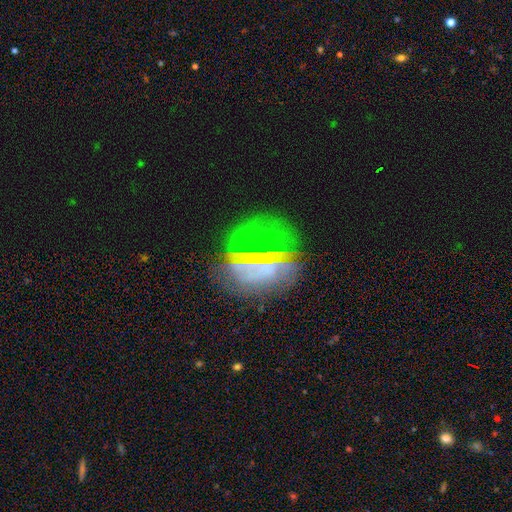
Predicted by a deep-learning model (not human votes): smooth-or-featured: featured or disk: 52% | star or artifact: 26% | smooth: 22%
  disk-edge-on: no: 93% | yes: 7%
  merging: none: 75% | minor disturbance: 16% | major disturbance: 7% | merger: 2%